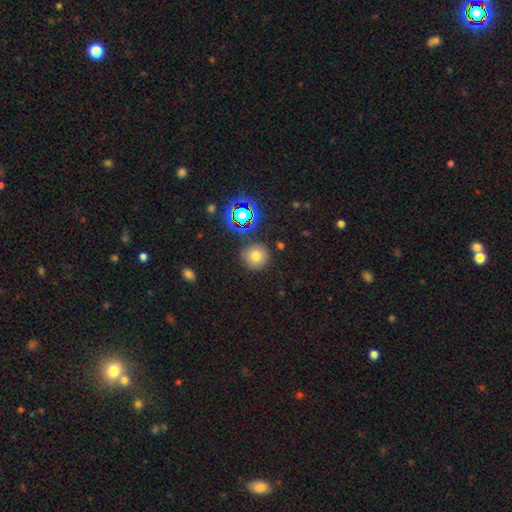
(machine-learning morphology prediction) smooth 72%, star or artifact 18%, featured or disk 10%. Down the decision tree: how rounded — round (94%); merging — none (82%).